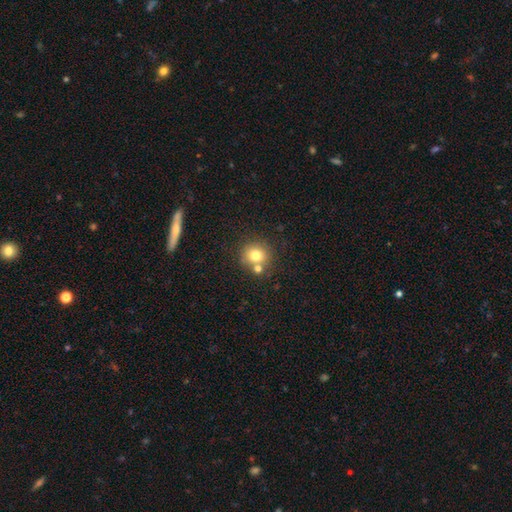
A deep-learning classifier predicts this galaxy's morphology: Smooth or featured: smooth — 76% (star or artifact — 12%)
How rounded: round — 89% (in between — 10%)
Merging: none — 66% (merger — 22%)